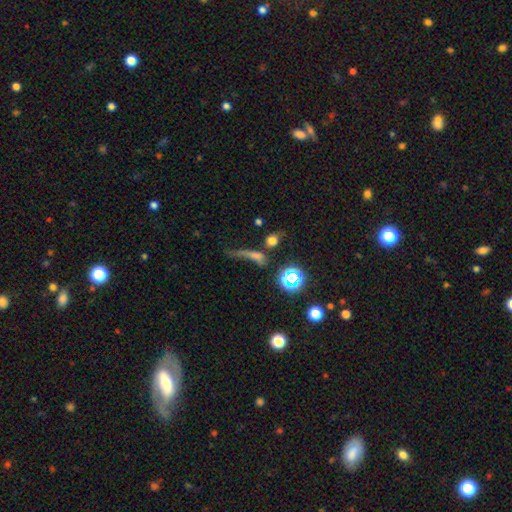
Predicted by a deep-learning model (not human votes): smooth-or-featured: smooth: 45% | star or artifact: 33% | featured or disk: 22%
  merging: none: 42% | major disturbance: 23% | merger: 18% | minor disturbance: 17%